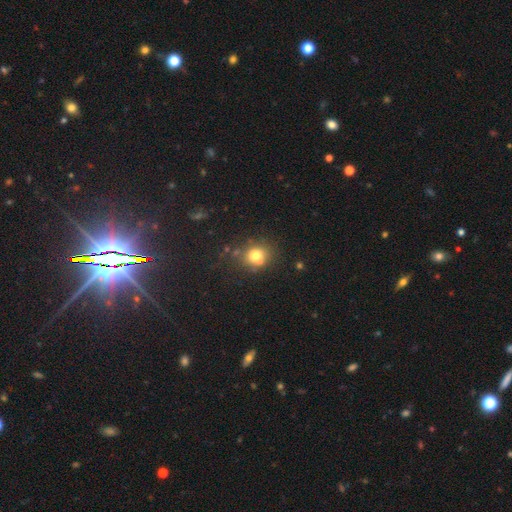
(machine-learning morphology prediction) smooth_or_featured: smooth (p=0.73) [alt: star or artifact p=0.14]
how_rounded: round (p=0.77) [alt: in between p=0.22]
merging: none (p=0.61) [alt: merger p=0.18]